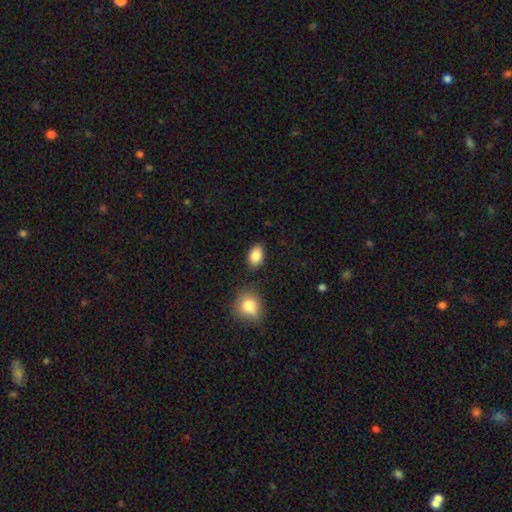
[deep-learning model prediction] smooth_or_featured: smooth (p=0.87) [alt: star or artifact p=0.08]
how_rounded: in between (p=0.84) [alt: round p=0.15]
merging: none (p=0.82) [alt: minor disturbance p=0.11]